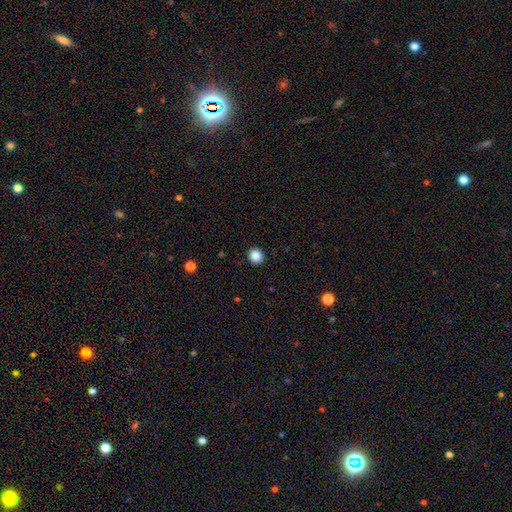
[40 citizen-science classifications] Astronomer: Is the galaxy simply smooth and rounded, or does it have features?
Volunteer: smooth — 88%.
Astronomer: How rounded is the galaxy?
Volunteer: round — 91%.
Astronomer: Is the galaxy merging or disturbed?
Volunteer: none — 97%.